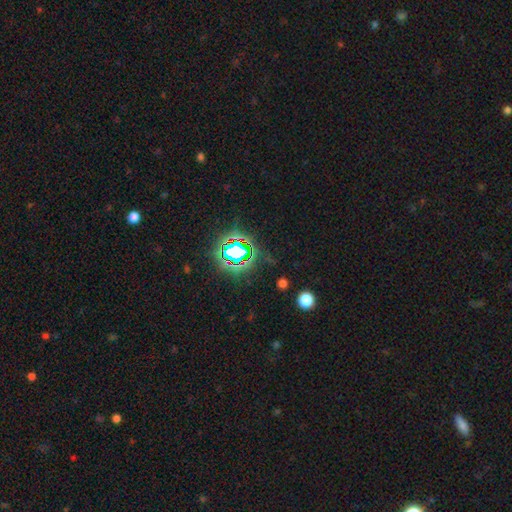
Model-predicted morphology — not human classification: This appears to be a star or artifact, not a galaxy (78%).